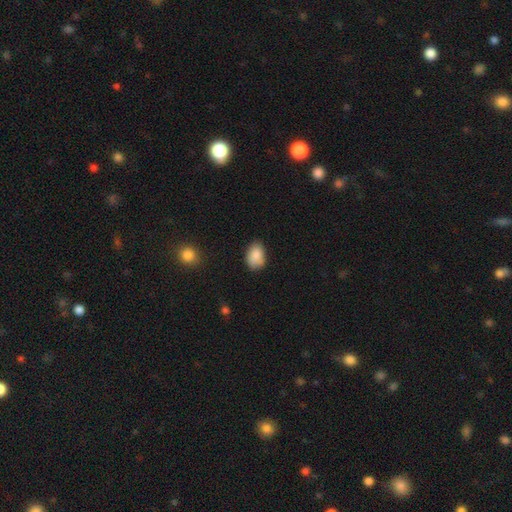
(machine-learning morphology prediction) This is clearly a smooth galaxy (87%). How rounded: clearly in between (86%). Merging: likely none (74%).